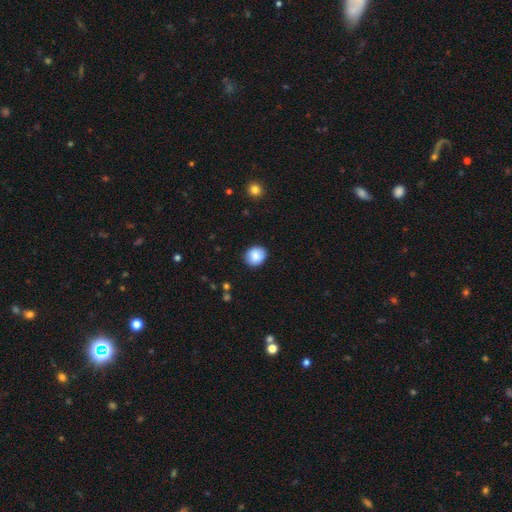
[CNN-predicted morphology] The model was most divided on "how rounded": round: 73%, in between: 26%, cigar-shaped: 1%. More confident: merging — none (89%); smooth or featured — smooth (85%).